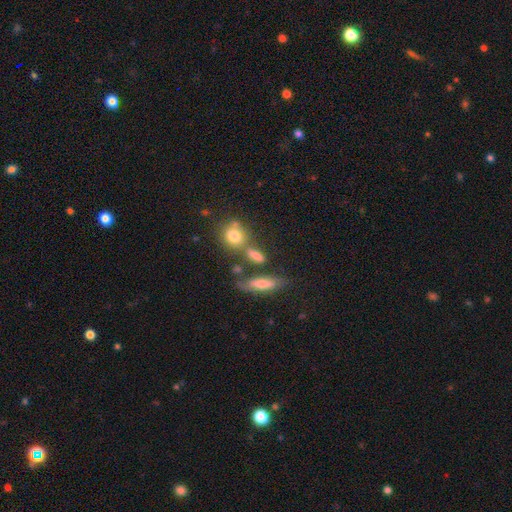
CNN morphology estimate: The model was most divided on "how rounded": in between: 46%, cigar-shaped: 27%, round: 26%. More confident: smooth or featured — smooth (73%); merging — none (57%).